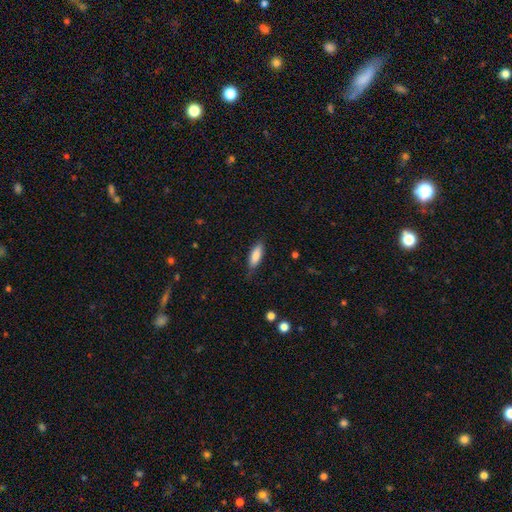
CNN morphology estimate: A smooth galaxy with no disk features (83%) that is in between round and cigar-shaped (60%).

Vote fractions:
- Smooth or featured? smooth: 83% / featured or disk: 11% / star or artifact: 6%
- How rounded? in between: 60% / cigar-shaped: 38% / round: 2%
- Merging? none: 76% / minor disturbance: 19% / major disturbance: 4% / merger: 1%